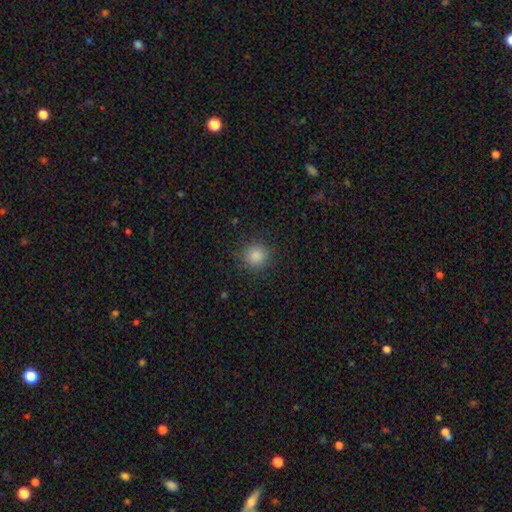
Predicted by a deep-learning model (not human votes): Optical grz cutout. It shows a smooth galaxy with no disk features (85%) that is round (91%). Merging: none (89%).